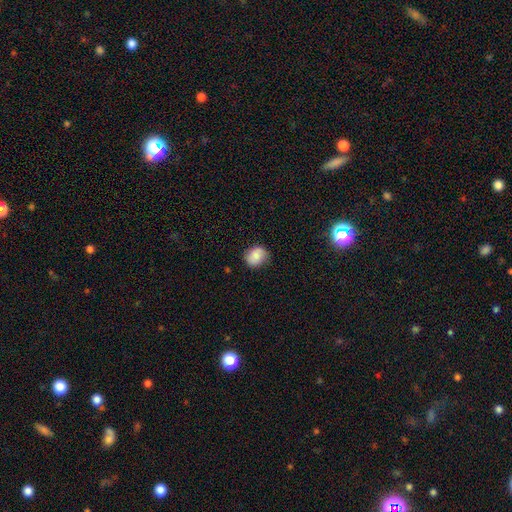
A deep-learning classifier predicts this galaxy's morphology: Q: Smooth or featured?
A: smooth (82%); runner-up: featured or disk (10%)
Q: How rounded?
A: round (63%); runner-up: in between (36%)
Q: Merging?
A: none (78%); runner-up: minor disturbance (17%)